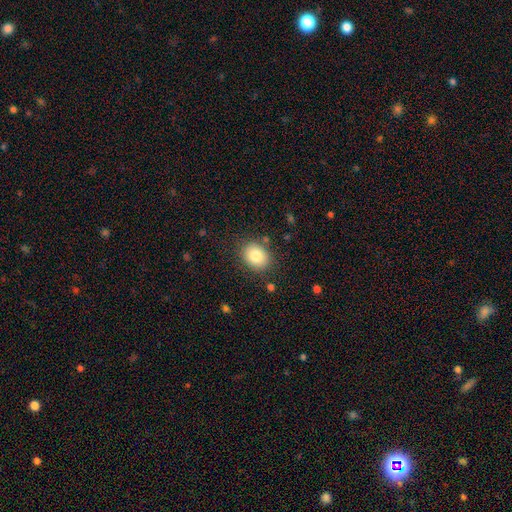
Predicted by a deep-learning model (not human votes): smooth 82%, star or artifact 9%, featured or disk 9%. Down the decision tree: how rounded — round (56%); merging — none (84%).